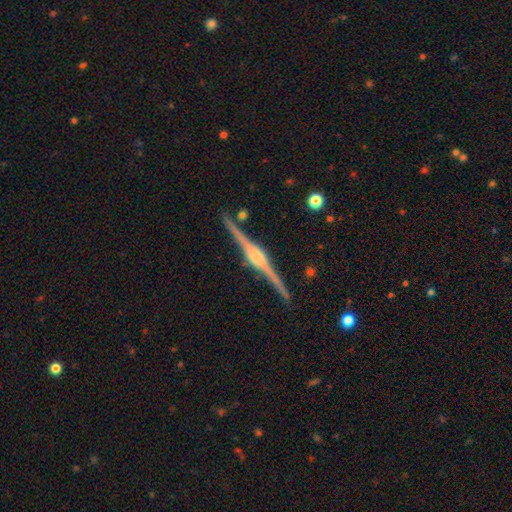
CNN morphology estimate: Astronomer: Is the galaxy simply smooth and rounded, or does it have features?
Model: featured or disk — 91%.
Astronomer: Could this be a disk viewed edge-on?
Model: yes — 99%.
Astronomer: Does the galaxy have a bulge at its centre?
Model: rounded — 76%.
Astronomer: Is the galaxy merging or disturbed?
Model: none — 90%.